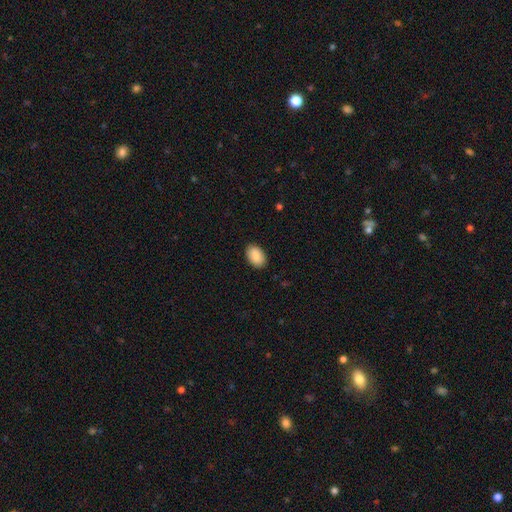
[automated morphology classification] Smooth or featured: smooth — 88% (star or artifact — 6%)
How rounded: in between — 91% (round — 8%)
Merging: none — 89% (minor disturbance — 8%)